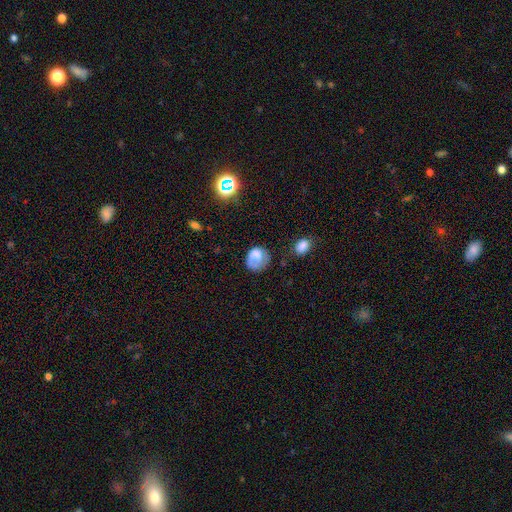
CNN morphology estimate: A smooth galaxy with no disk features (68%) that is round (64%).

Vote fractions:
- Smooth or featured? smooth: 68% / featured or disk: 21% / star or artifact: 10%
- How rounded? round: 64% / in between: 35% / cigar-shaped: 1%
- Merging? none: 43% / minor disturbance: 28% / major disturbance: 24% / merger: 4%